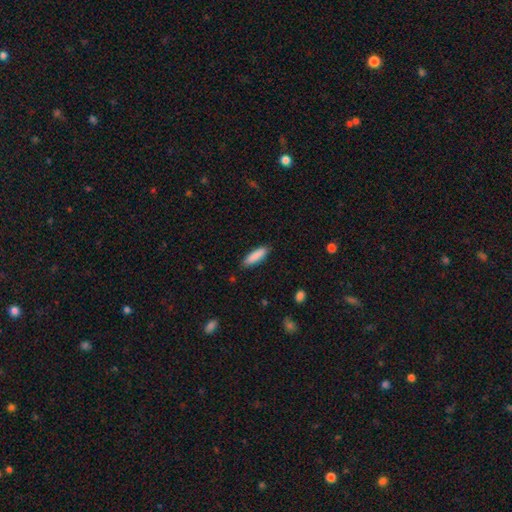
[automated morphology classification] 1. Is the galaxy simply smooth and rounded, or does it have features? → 88% smooth, 6% star or artifact, 6% featured or disk.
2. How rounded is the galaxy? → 62% cigar-shaped, 36% in between, 1% round.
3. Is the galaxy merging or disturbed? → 87% none, 10% minor disturbance, 2% major disturbance, 1% merger.